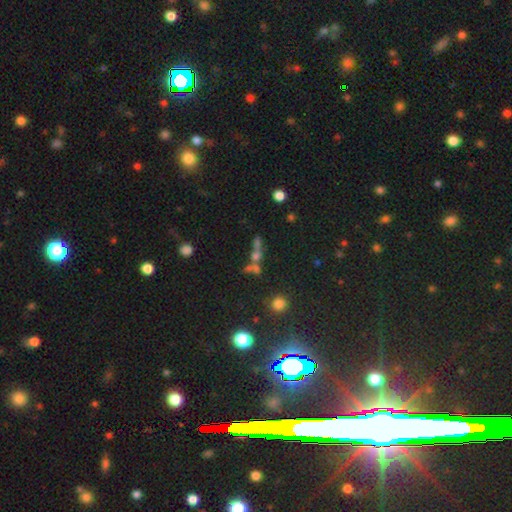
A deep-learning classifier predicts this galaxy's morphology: A smooth galaxy with no disk features (39%).

Vote fractions:
- Smooth or featured? smooth: 39% / star or artifact: 35% / featured or disk: 26%
- Merging? none: 44% / merger: 38% / minor disturbance: 10% / major disturbance: 8%